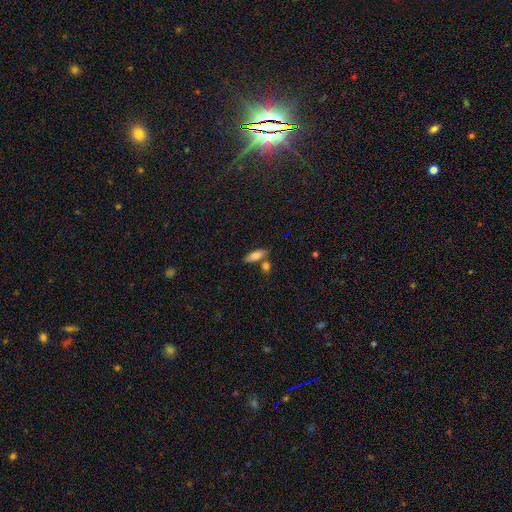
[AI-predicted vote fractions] smooth_or_featured: smooth (p=0.73) [alt: featured or disk p=0.19]
how_rounded: in between (p=0.62) [alt: cigar-shaped p=0.35]
merging: none (p=0.70) [alt: merger p=0.15]